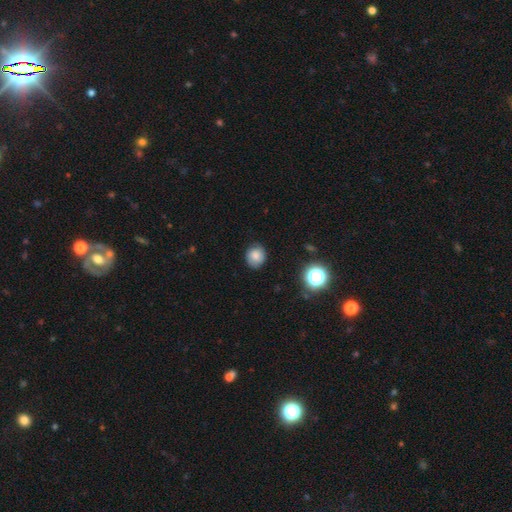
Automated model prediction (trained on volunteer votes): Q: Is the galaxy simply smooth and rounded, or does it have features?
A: smooth — 80%.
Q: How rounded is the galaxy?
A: round — 77%.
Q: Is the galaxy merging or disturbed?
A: none — 82%.